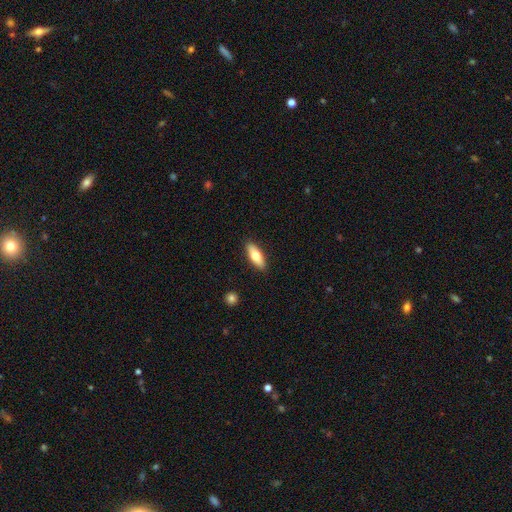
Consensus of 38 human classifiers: Overall: smooth (55%; featured or disk 42%). How rounded: in between (57%; cigar-shaped 38%). Merging: none (84%).